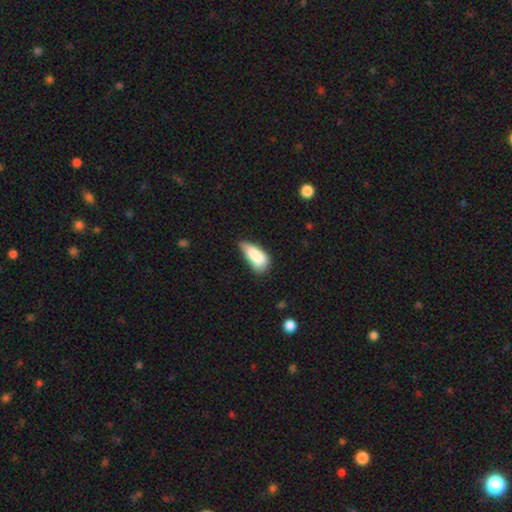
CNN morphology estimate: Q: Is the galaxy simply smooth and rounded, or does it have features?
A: smooth — 81%.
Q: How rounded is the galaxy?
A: in between — 84%.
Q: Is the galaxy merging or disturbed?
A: minor disturbance — 47%.